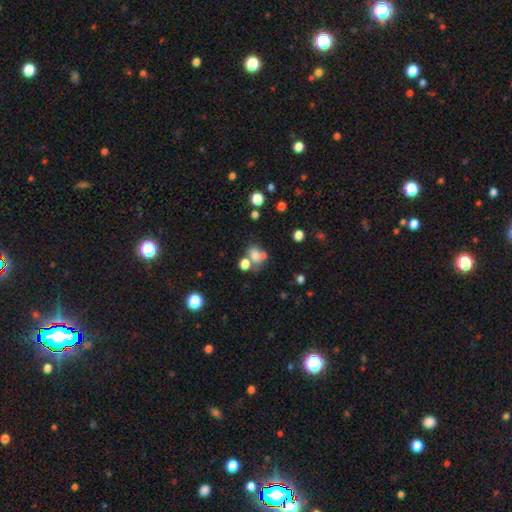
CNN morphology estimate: type=smooth (67%); roundness=in between (54%); merging=merger (40%).